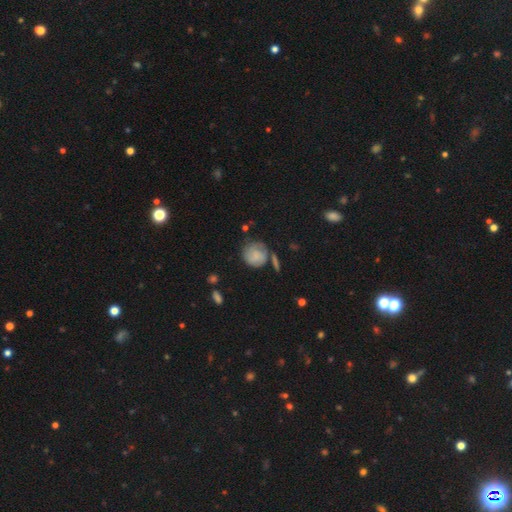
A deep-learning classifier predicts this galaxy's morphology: Smooth or featured?
  - smooth: 68% *
  - featured or disk: 24%
  - star or artifact: 9%
How rounded?
  - round: 83% *
  - in between: 16%
  - cigar-shaped: 1%
Merging?
  - none: 54% *
  - minor disturbance: 25%
  - major disturbance: 12%
  - merger: 9%